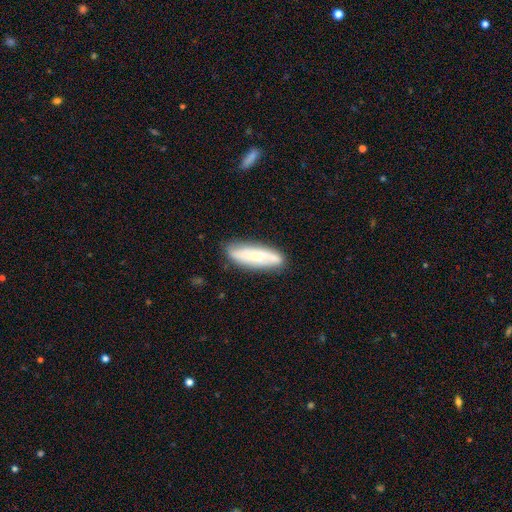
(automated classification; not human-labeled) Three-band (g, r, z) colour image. It shows a featured or disk galaxy (47%). Merging: none (81%).